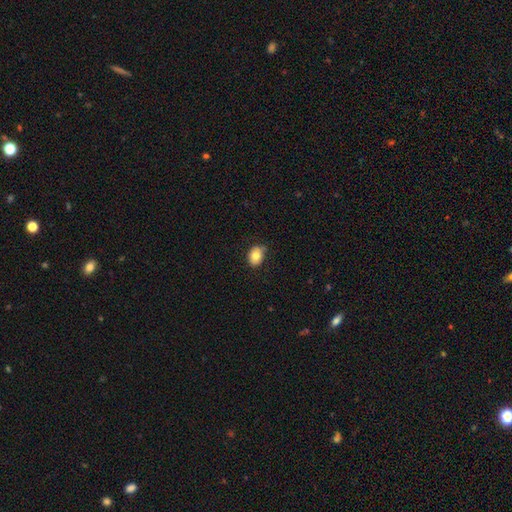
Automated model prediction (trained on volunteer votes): Overall: smooth (80%). How rounded: in between (69%; round 30%). Merging: none (76%).